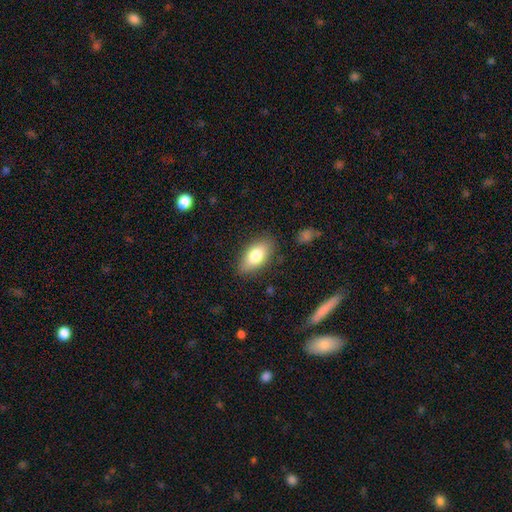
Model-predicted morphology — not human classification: This appears to be a smooth galaxy with no disk features (78%) that is in between round and cigar-shaped (89%). Merging: none (83%).